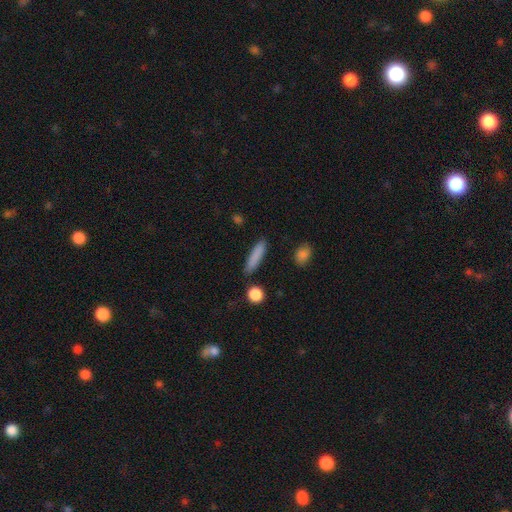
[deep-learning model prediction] This is clearly a smooth galaxy (84%). How rounded: likely cigar-shaped (80%). Merging: clearly none (85%).